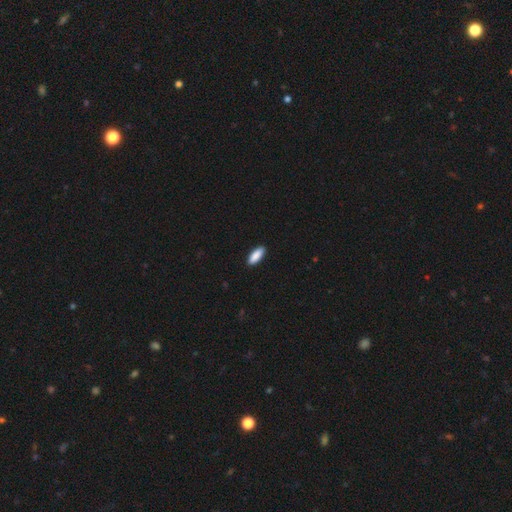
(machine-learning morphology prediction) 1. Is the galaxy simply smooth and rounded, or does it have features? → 90% smooth, 6% star or artifact, 5% featured or disk.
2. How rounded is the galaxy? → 70% in between, 28% cigar-shaped, 2% round.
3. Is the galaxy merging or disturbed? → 90% none, 7% minor disturbance, 1% major disturbance, 1% merger.